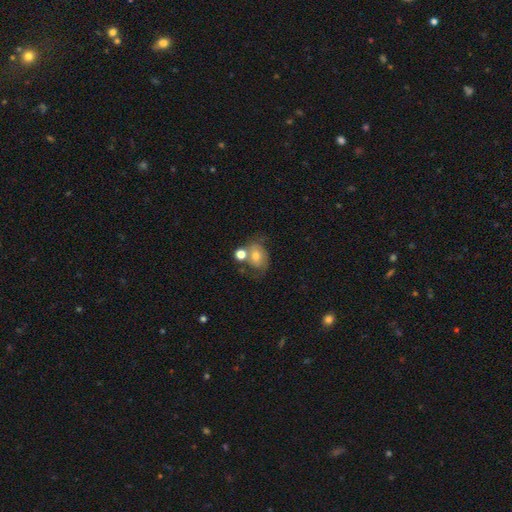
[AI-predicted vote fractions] Smooth or featured?
  - smooth: 55% *
  - featured or disk: 33%
  - star or artifact: 12%
How rounded?
  - in between: 55% *
  - round: 43%
  - cigar-shaped: 1%
Merging?
  - none: 41% *
  - merger: 27%
  - minor disturbance: 20%
  - major disturbance: 12%